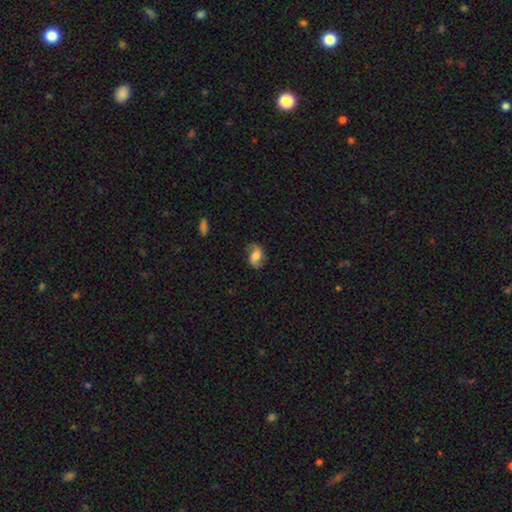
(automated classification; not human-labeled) Smooth or featured? smooth (48%)
Merging? none (71%)